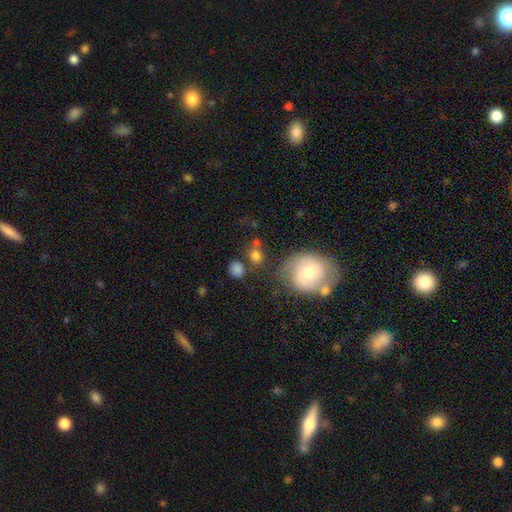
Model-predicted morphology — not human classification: smooth 79%, featured or disk 11%, star or artifact 10%. Down the decision tree: how rounded — round (77%); merging — none (67%).